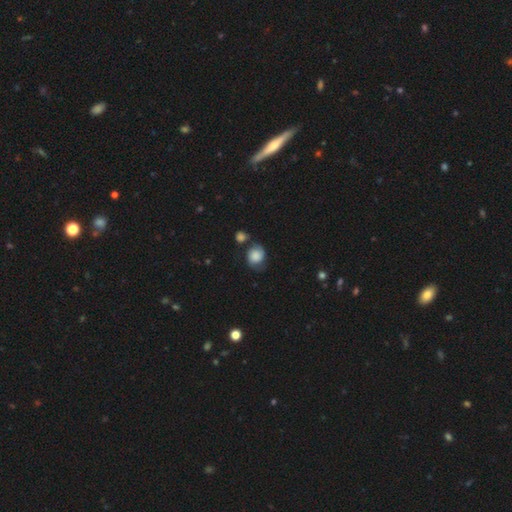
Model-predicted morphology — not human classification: Overall: smooth (65%; featured or disk 26%). How rounded: round (67%; in between 32%). Merging: none (56%; minor disturbance 24%).